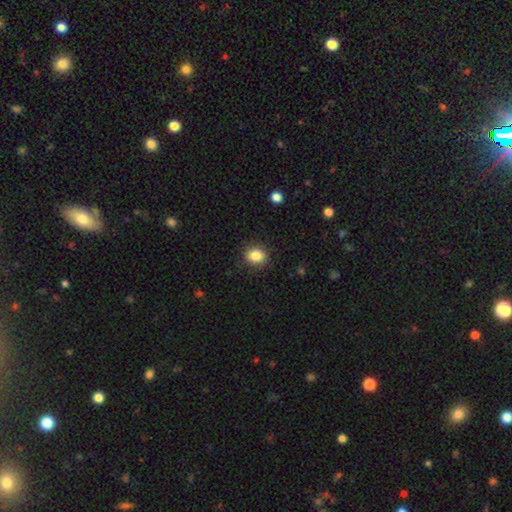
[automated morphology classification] This is clearly a smooth galaxy (86%). How rounded: likely round (65%). Merging: clearly none (88%).